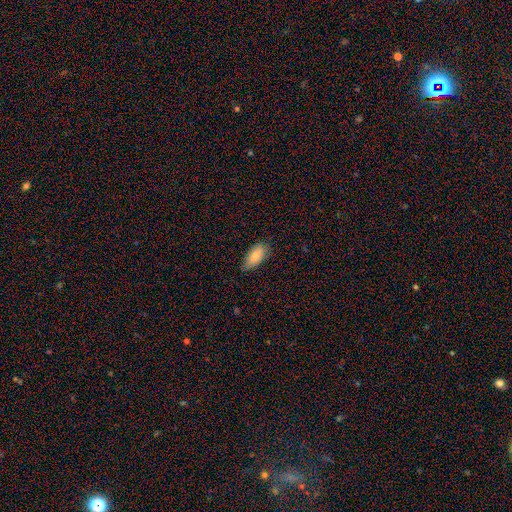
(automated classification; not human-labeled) Morphology: type=smooth (82%); roundness=in between (90%); merging=none (74%).